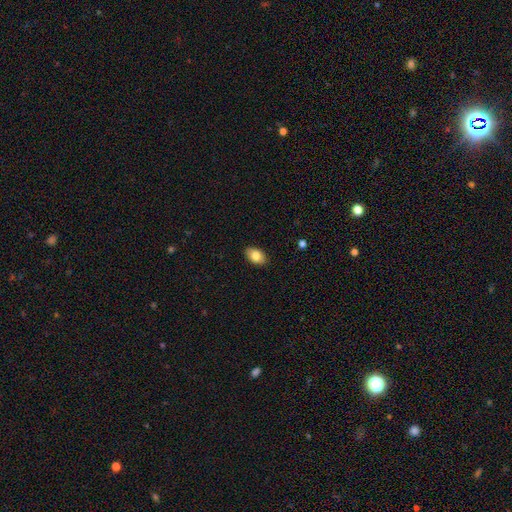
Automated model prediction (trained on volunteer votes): Smooth or featured?
  - smooth: 82% *
  - featured or disk: 11%
  - star or artifact: 7%
How rounded?
  - in between: 88% *
  - round: 10%
  - cigar-shaped: 1%
Merging?
  - none: 89% *
  - minor disturbance: 8%
  - major disturbance: 2%
  - merger: 1%